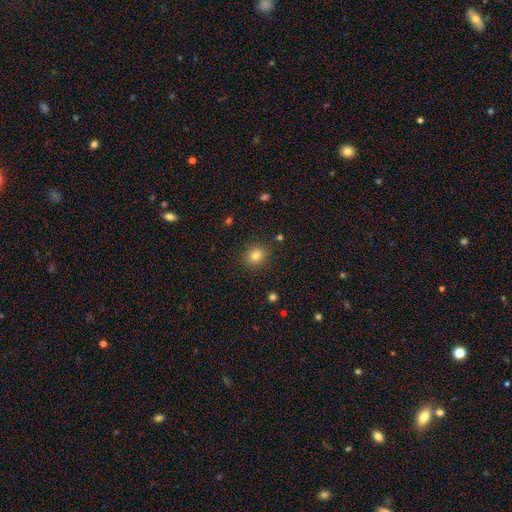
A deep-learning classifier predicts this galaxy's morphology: Overall: smooth (81%). How rounded: round (76%). Merging: none (89%).